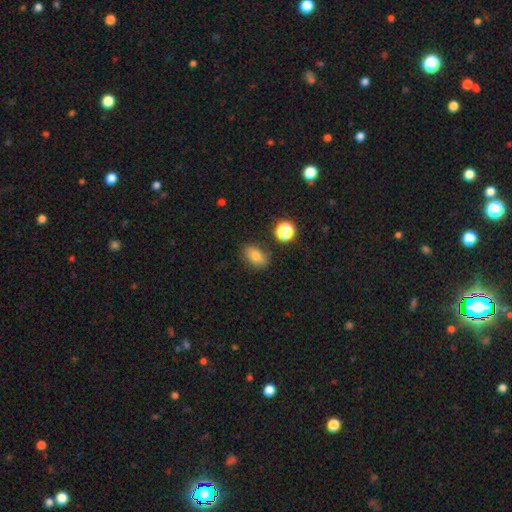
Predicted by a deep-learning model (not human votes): smooth-or-featured: smooth: 76% | star or artifact: 13% | featured or disk: 11%
  how-rounded: in between: 82% | round: 16% | cigar-shaped: 2%
  merging: none: 82% | minor disturbance: 12% | major disturbance: 3% | merger: 3%